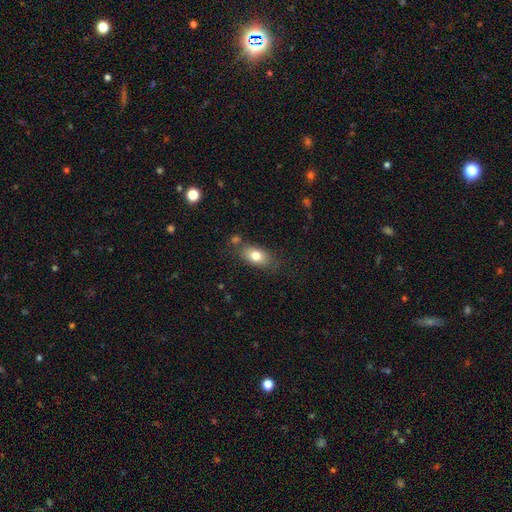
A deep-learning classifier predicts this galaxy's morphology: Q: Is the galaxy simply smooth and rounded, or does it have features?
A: smooth — 78%.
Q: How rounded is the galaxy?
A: in between — 86%.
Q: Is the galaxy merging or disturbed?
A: none — 70%.